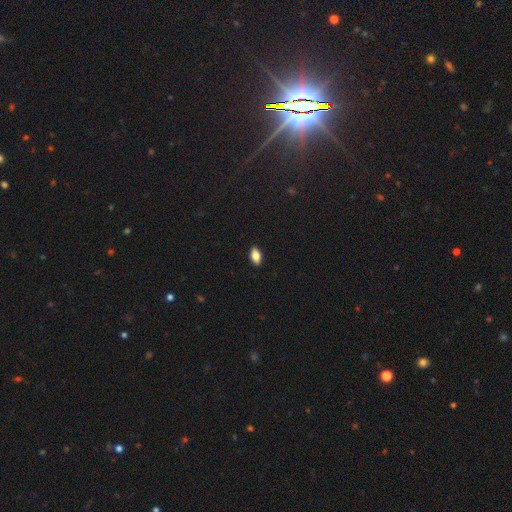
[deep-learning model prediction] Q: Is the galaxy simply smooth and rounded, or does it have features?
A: smooth — 81%.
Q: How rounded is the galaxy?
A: in between — 90%.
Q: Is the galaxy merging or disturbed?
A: none — 89%.